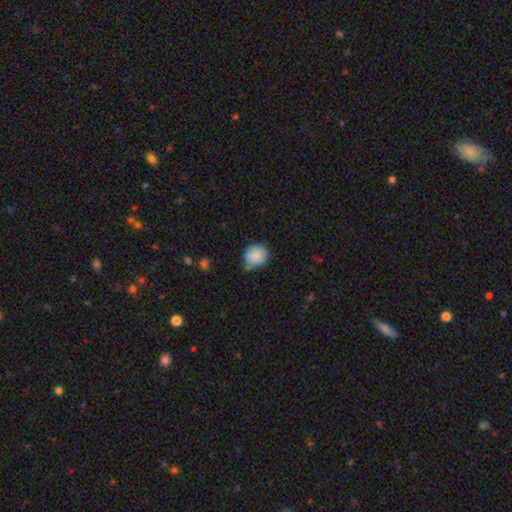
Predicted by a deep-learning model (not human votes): Smooth or featured: smooth — 81% (featured or disk — 11%)
How rounded: round — 71% (in between — 28%)
Merging: none — 57% (minor disturbance — 31%)